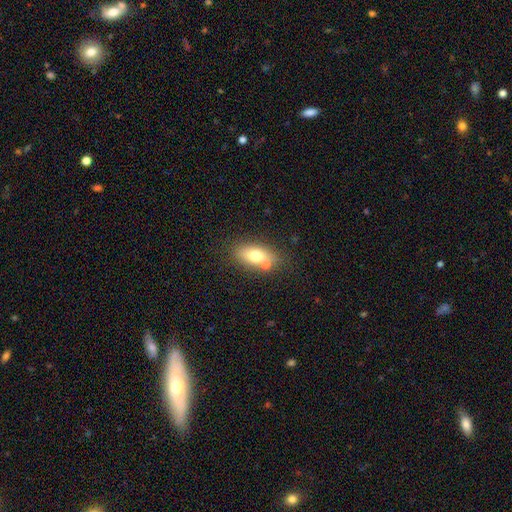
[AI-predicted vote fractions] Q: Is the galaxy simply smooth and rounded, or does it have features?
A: smooth — 71%.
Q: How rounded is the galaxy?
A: in between — 82%.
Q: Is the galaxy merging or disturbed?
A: none — 63%.